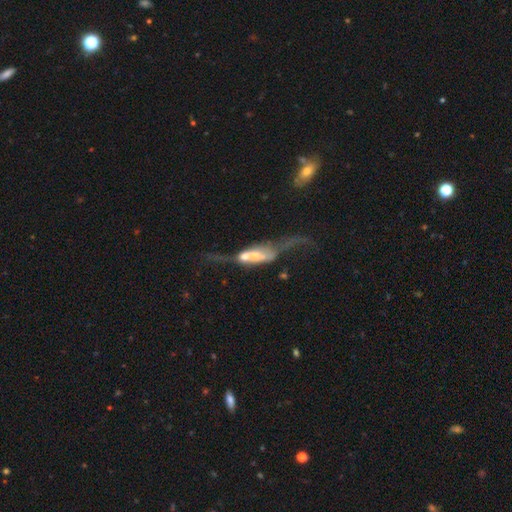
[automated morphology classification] featured or disk 59%, smooth 32%, star or artifact 9%. Down the decision tree: edge-on disk — no (68%); merging — merger (60%).